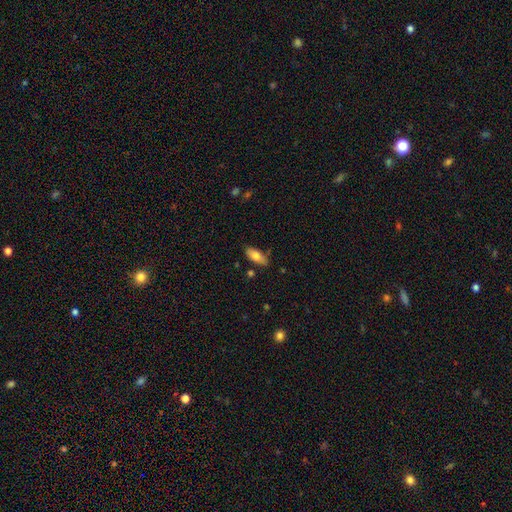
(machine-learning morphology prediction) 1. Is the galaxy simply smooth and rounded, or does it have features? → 75% smooth, 19% featured or disk, 6% star or artifact.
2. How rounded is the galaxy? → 80% in between, 17% cigar-shaped, 2% round.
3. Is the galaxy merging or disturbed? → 77% none, 16% minor disturbance, 3% merger, 3% major disturbance.